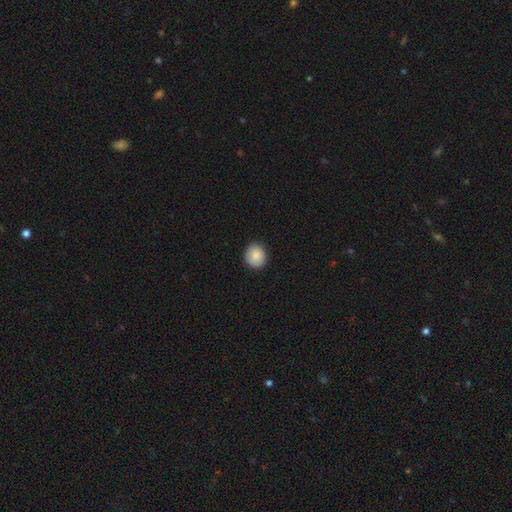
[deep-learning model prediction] The model was most divided on "how rounded": round: 83%, in between: 16%, cigar-shaped: 1%. More confident: merging — none (88%); smooth or featured — smooth (87%).